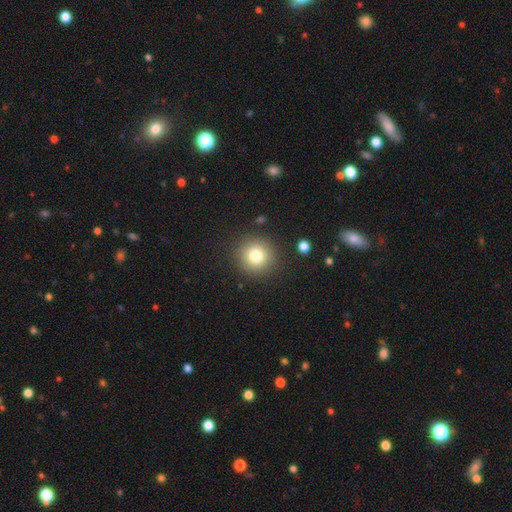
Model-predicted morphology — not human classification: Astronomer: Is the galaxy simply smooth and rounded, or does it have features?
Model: smooth — 79%.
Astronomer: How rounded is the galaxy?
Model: round — 93%.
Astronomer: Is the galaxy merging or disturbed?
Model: none — 89%.